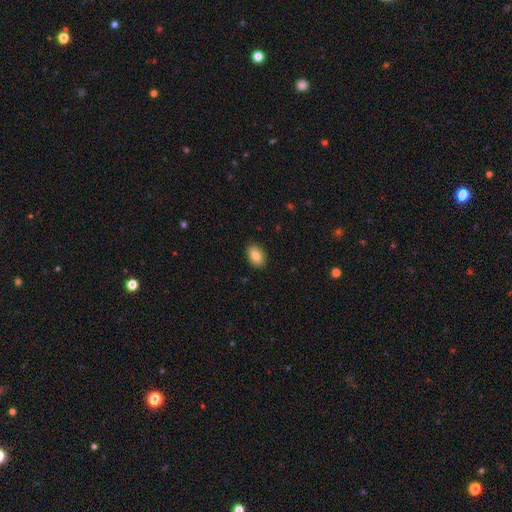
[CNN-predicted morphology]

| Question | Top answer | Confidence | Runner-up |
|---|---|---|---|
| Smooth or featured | smooth | 84% | featured or disk (9%) |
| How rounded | in between | 86% | round (13%) |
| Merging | none | 90% | minor disturbance (8%) |